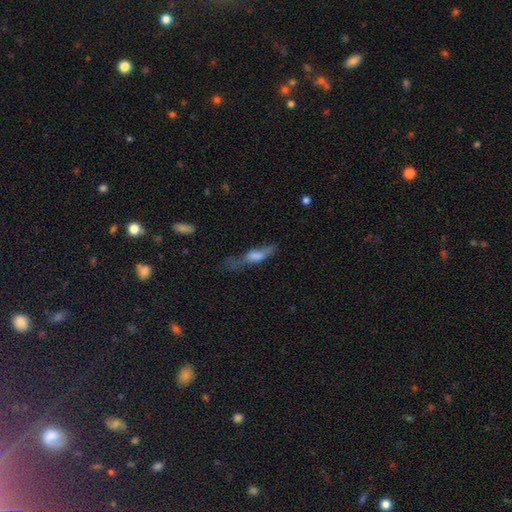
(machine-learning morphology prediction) A featured or disk galaxy (51%) viewed edge-on (74%).

Vote fractions:
- Smooth or featured? featured or disk: 51% / smooth: 34% / star or artifact: 15%
- Edge-on disk? yes: 74% / no: 26%
- Merging? none: 52% / minor disturbance: 23% / major disturbance: 21% / merger: 4%